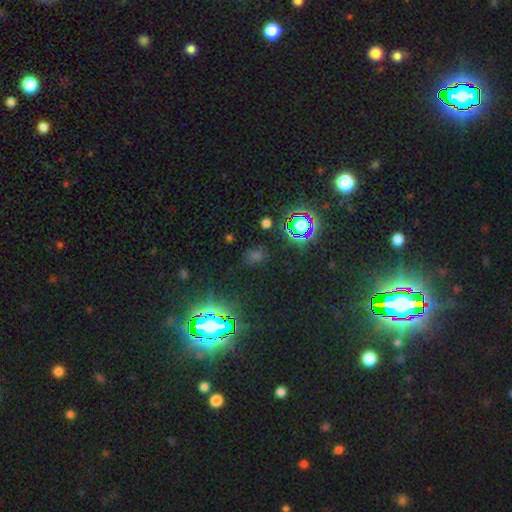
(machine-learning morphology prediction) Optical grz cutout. It shows a star or artifact, not a galaxy (60%).